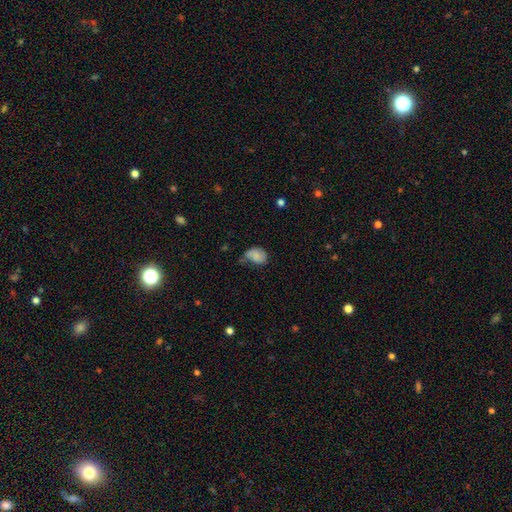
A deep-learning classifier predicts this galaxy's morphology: Smooth or featured: smooth — 74% (featured or disk — 18%)
How rounded: in between — 75% (round — 24%)
Merging: none — 39% (minor disturbance — 38%)